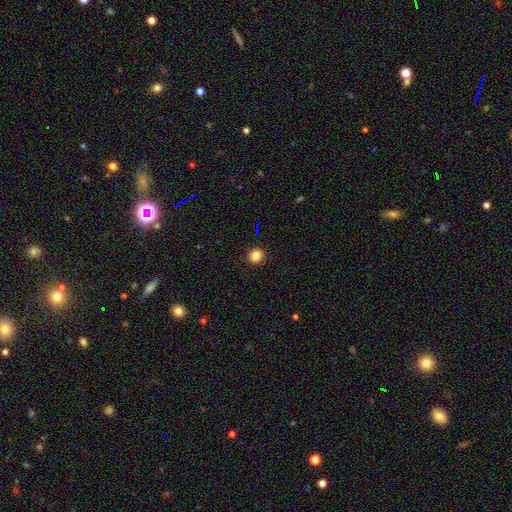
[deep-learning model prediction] Smooth or featured?
  - smooth: 84% *
  - star or artifact: 12%
  - featured or disk: 4%
How rounded?
  - round: 90% *
  - in between: 9%
  - cigar-shaped: 1%
Merging?
  - none: 92% *
  - minor disturbance: 5%
  - major disturbance: 2%
  - merger: 1%